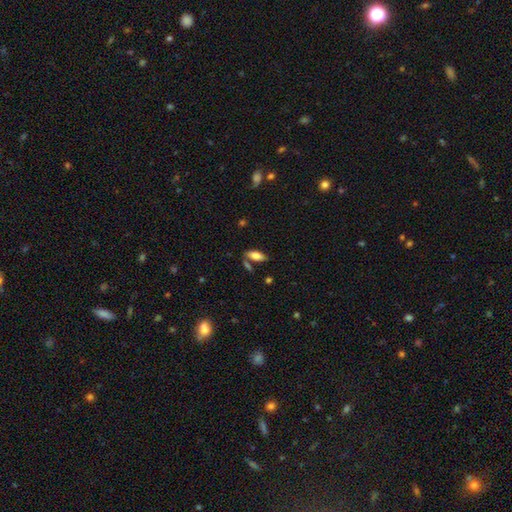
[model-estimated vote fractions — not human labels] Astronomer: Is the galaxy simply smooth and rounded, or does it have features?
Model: smooth — 78%.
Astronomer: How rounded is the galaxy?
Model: in between — 82%.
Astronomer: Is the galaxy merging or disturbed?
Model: none — 69%.